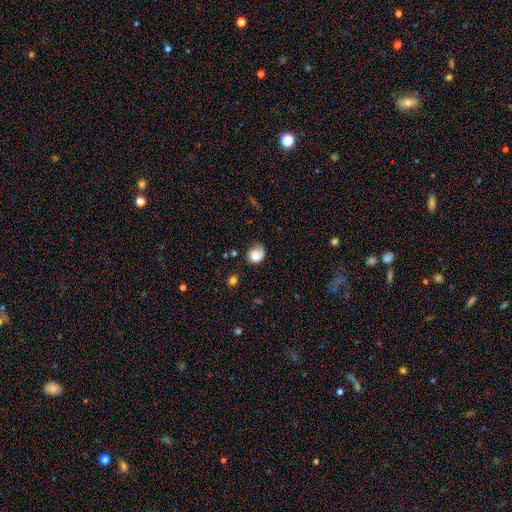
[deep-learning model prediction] Q: Smooth or featured?
A: smooth (73%); runner-up: featured or disk (18%)
Q: How rounded?
A: round (71%); runner-up: in between (28%)
Q: Merging?
A: none (60%); runner-up: minor disturbance (27%)